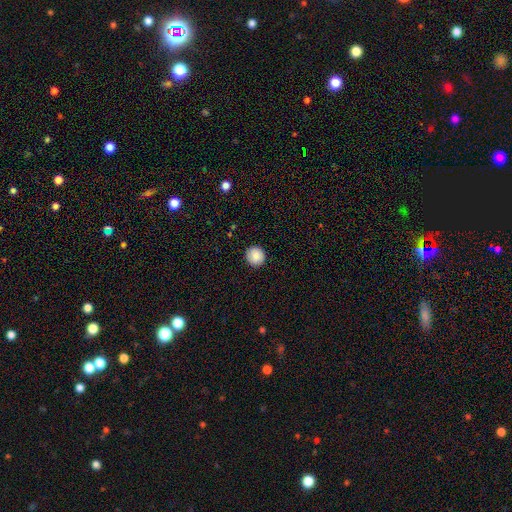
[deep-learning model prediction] Smooth or featured: smooth — 86% (star or artifact — 8%)
How rounded: round — 94% (in between — 5%)
Merging: none — 91% (minor disturbance — 7%)